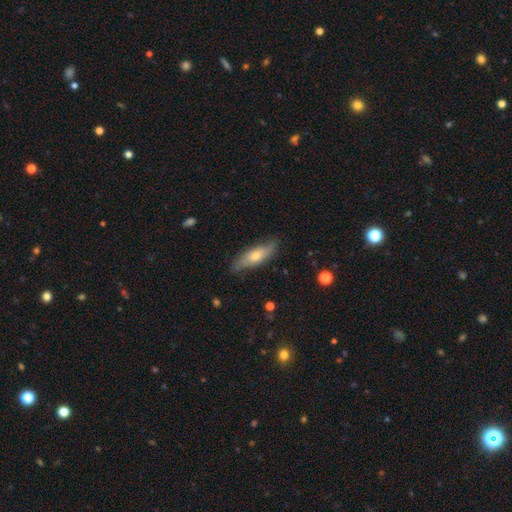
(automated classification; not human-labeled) Overall: smooth (52%; featured or disk 41%). How rounded: cigar-shaped (50%; in between 48%). Merging: none (78%).